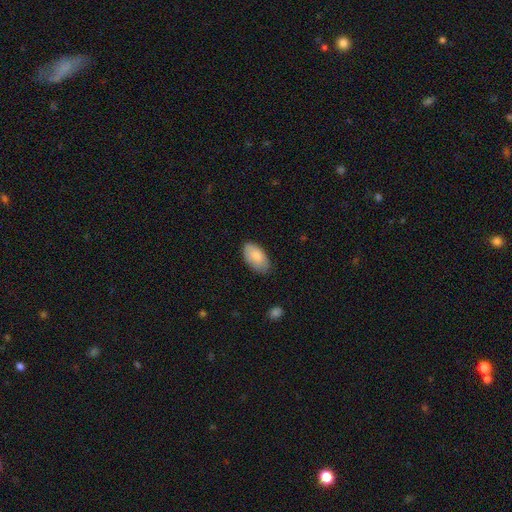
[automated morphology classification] This appears to be a smooth galaxy with no disk features (84%) that is in between round and cigar-shaped (95%). Merging: none (80%).